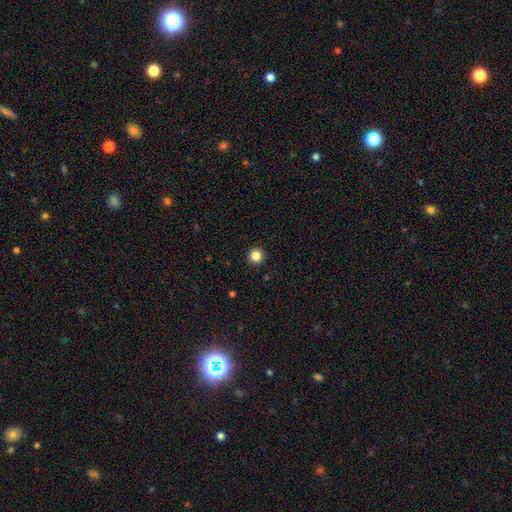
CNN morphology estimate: smooth 85%, star or artifact 11%, featured or disk 4%. Down the decision tree: how rounded — round (96%); merging — none (94%).